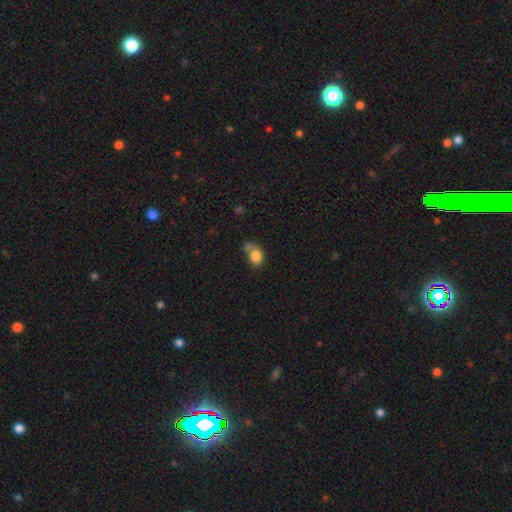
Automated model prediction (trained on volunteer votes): A smooth galaxy with no disk features (82%) that is in between round and cigar-shaped (54%). Merging: none (39%).